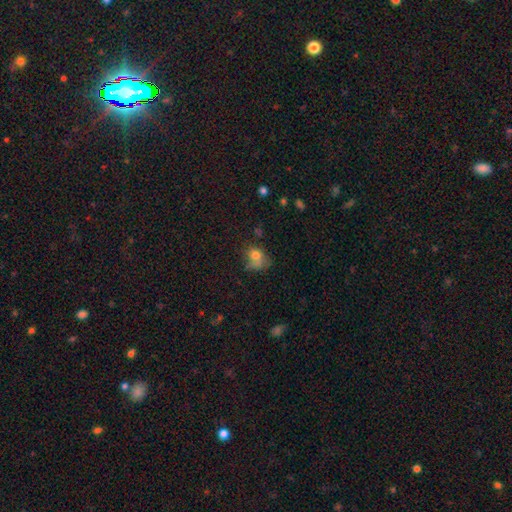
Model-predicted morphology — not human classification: type=smooth (73%); roundness=round (52%); merging=none (38%).